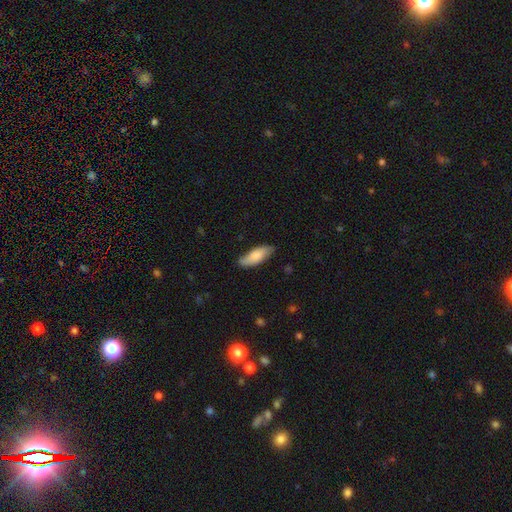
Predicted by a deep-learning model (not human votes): smooth 77%, featured or disk 17%, star or artifact 6%. Down the decision tree: how rounded — in between (68%); merging — none (79%).